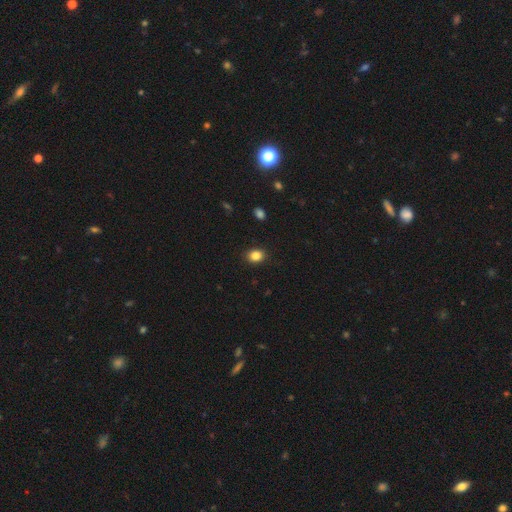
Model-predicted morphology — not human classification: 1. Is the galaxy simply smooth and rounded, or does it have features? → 85% smooth, 10% star or artifact, 5% featured or disk.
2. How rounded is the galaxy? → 51% round, 48% in between, 1% cigar-shaped.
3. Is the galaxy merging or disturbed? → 89% none, 8% minor disturbance, 2% major disturbance, 1% merger.